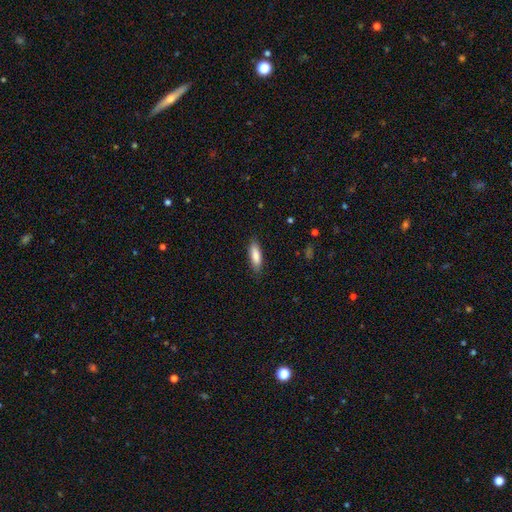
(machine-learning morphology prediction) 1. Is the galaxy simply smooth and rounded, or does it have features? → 85% smooth, 9% featured or disk, 6% star or artifact.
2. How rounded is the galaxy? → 50% cigar-shaped, 49% in between, 2% round.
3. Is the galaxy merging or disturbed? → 87% none, 10% minor disturbance, 2% major disturbance, 1% merger.